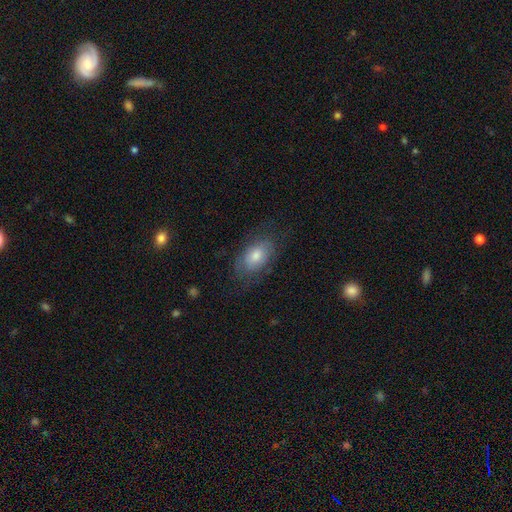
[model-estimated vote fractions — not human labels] smooth-or-featured: smooth: 61% | featured or disk: 30% | star or artifact: 9%
  how-rounded: in between: 89% | round: 9% | cigar-shaped: 2%
  merging: none: 71% | minor disturbance: 19% | major disturbance: 9% | merger: 1%